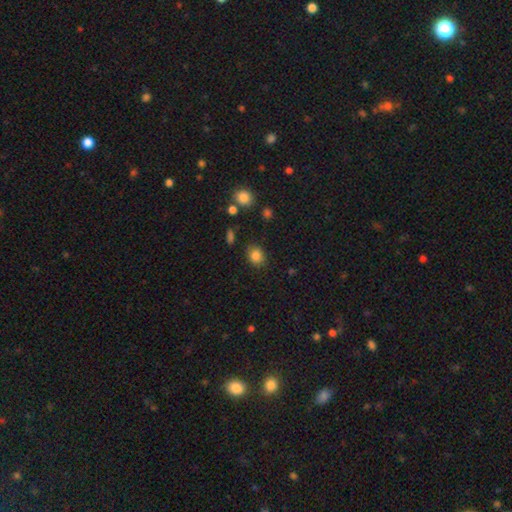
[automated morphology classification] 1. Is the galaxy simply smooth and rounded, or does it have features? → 84% smooth, 11% star or artifact, 6% featured or disk.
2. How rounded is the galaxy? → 59% round, 40% in between, 1% cigar-shaped.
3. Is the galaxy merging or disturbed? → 82% none, 12% minor disturbance, 4% major disturbance, 2% merger.